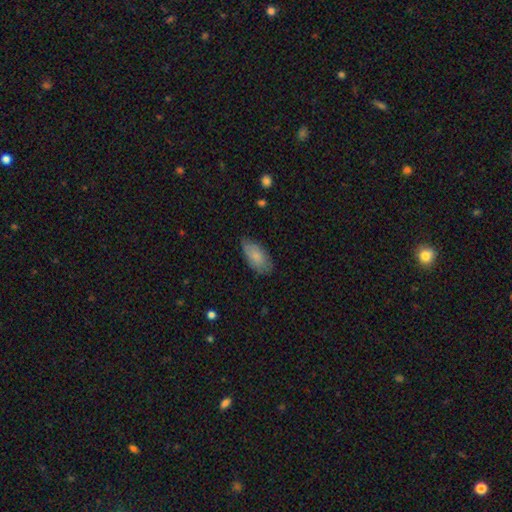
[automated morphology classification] Q: Smooth or featured?
A: smooth (80%); runner-up: featured or disk (14%)
Q: How rounded?
A: in between (93%); runner-up: cigar-shaped (5%)
Q: Merging?
A: none (73%); runner-up: minor disturbance (22%)